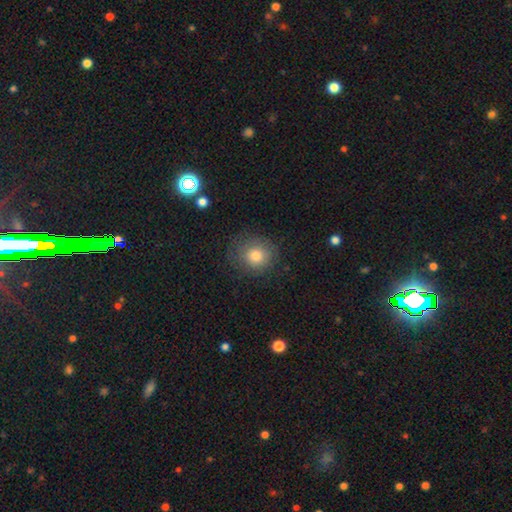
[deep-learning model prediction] A smooth galaxy with no disk features (74%) that is round (86%). Merging: none (76%).